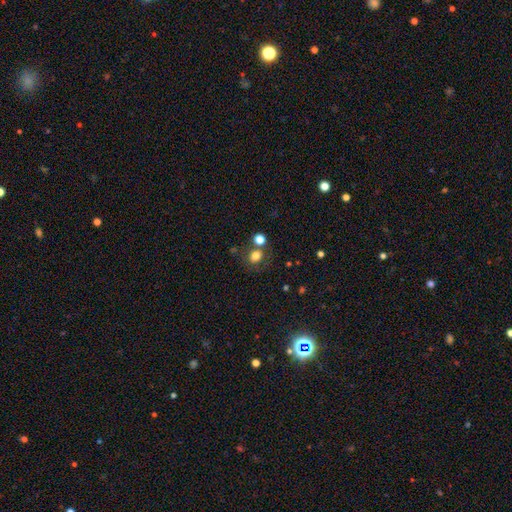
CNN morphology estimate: Overall: smooth (78%). How rounded: round (72%). Merging: none (67%).